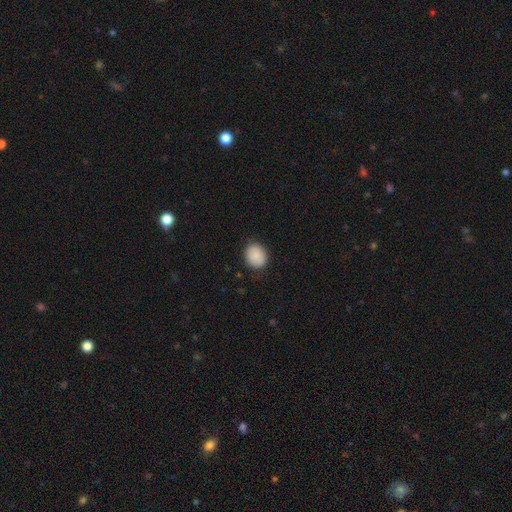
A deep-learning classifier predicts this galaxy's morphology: smooth-or-featured: smooth: 89% | star or artifact: 7% | featured or disk: 4%
  how-rounded: round: 67% | in between: 32% | cigar-shaped: 1%
  merging: none: 87% | minor disturbance: 10% | major disturbance: 2% | merger: 1%